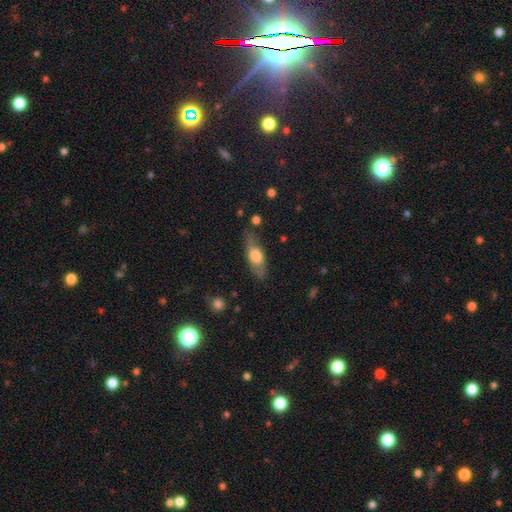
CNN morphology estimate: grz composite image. It shows a smooth galaxy with no disk features (57%) that is in between round and cigar-shaped (66%). Merging: none (73%).